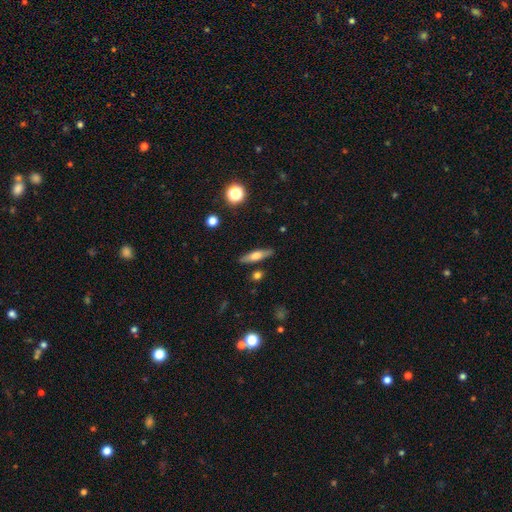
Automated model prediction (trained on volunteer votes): Morphology: type=smooth (50%); merging=none (85%).